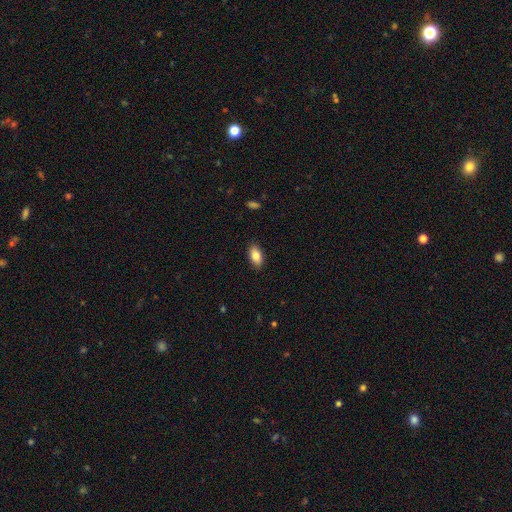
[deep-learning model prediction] This appears to be a smooth galaxy with no disk features (84%) that is in between round and cigar-shaped (91%). Merging: none (89%).